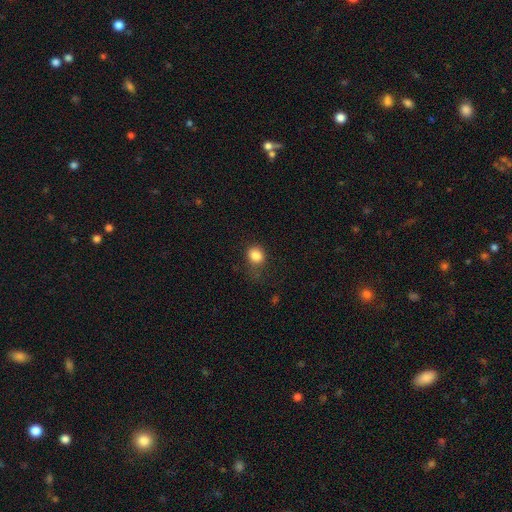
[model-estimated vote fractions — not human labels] Smooth or featured: smooth — 83% (star or artifact — 11%)
How rounded: round — 69% (in between — 30%)
Merging: none — 63% (minor disturbance — 24%)